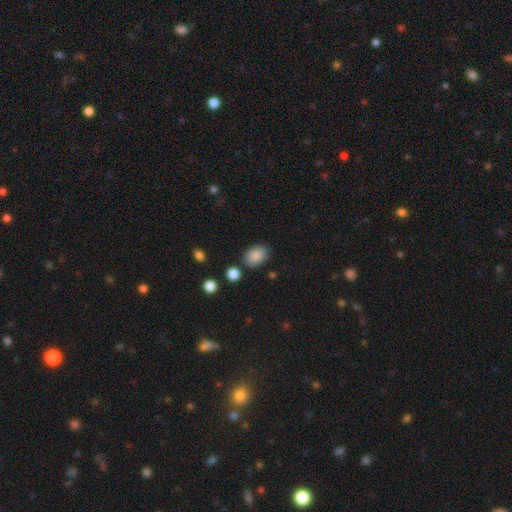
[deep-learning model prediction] smooth_or_featured: smooth (p=0.88) [alt: star or artifact p=0.08]
how_rounded: in between (p=0.83) [alt: round p=0.16]
merging: none (p=0.81) [alt: minor disturbance p=0.12]